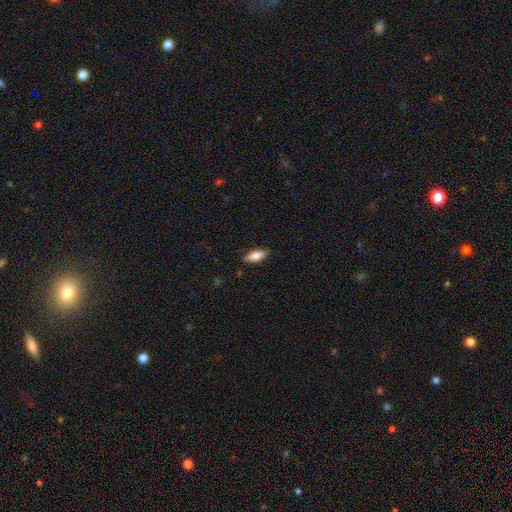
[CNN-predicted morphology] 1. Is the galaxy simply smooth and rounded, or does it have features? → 76% smooth, 17% featured or disk, 6% star or artifact.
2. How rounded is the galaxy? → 77% in between, 21% cigar-shaped, 2% round.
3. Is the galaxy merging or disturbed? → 85% none, 11% minor disturbance, 2% major disturbance, 1% merger.